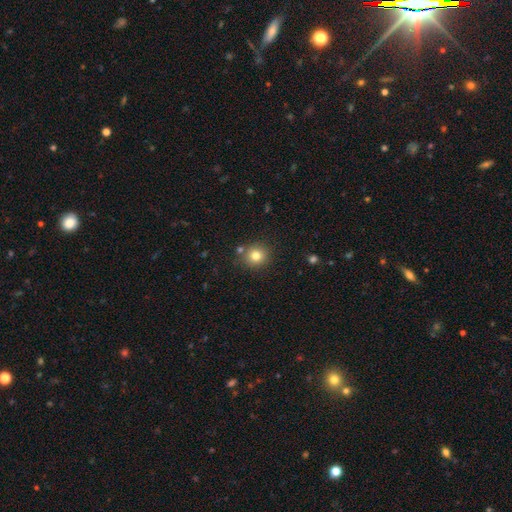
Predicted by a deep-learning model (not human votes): smooth_or_featured: smooth (p=0.80) [alt: star or artifact p=0.13]
how_rounded: round (p=0.88) [alt: in between p=0.11]
merging: none (p=0.82) [alt: minor disturbance p=0.09]